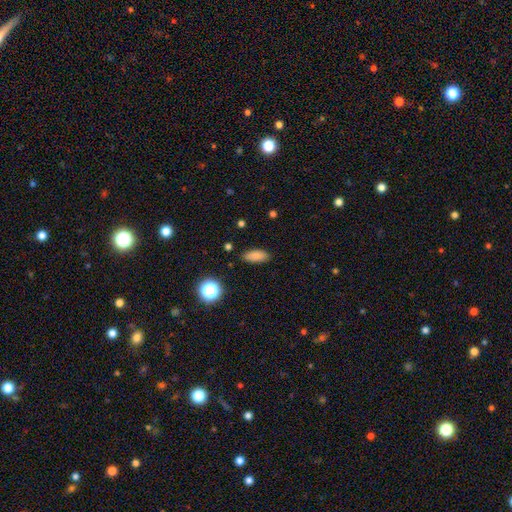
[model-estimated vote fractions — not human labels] Q: Smooth or featured?
A: smooth (83%); runner-up: star or artifact (11%)
Q: How rounded?
A: in between (80%); runner-up: cigar-shaped (16%)
Q: Merging?
A: none (86%); runner-up: minor disturbance (10%)